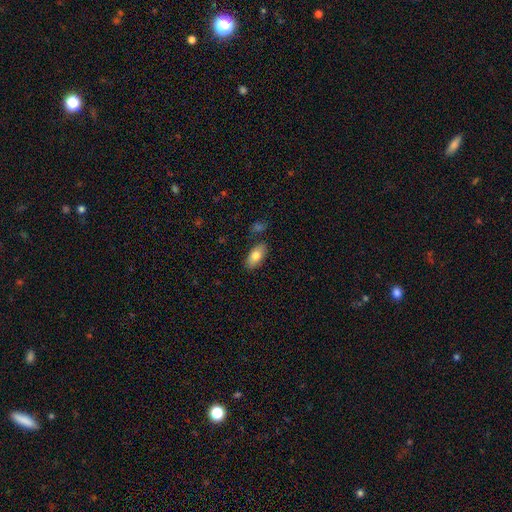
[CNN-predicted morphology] Overall: smooth (78%). How rounded: in between (90%). Merging: none (81%).